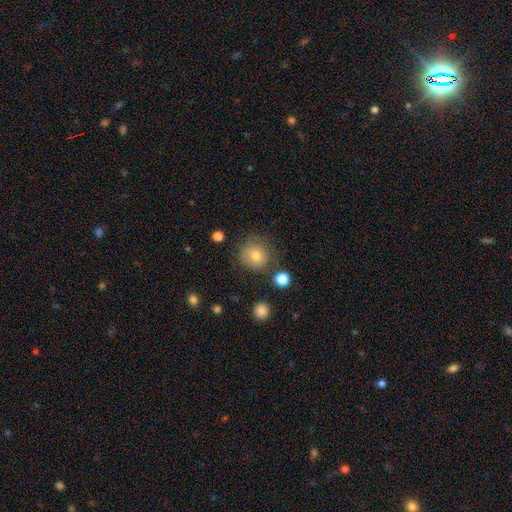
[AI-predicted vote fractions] The model was most divided on "merging": none: 74%, minor disturbance: 17%, major disturbance: 6%, merger: 3%. More confident: how rounded — round (90%); smooth or featured — smooth (75%).